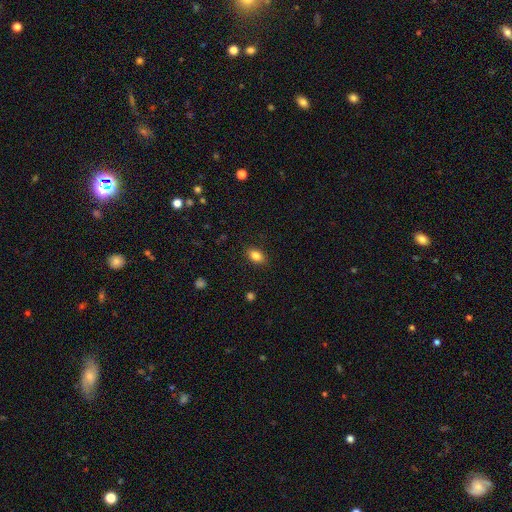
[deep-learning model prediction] Morphology: type=smooth (83%); roundness=in between (85%); merging=none (87%).